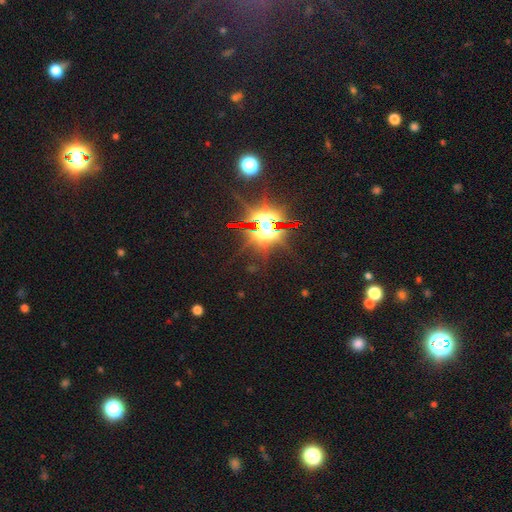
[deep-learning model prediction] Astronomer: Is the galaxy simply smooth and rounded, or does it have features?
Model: star or artifact — 83%.